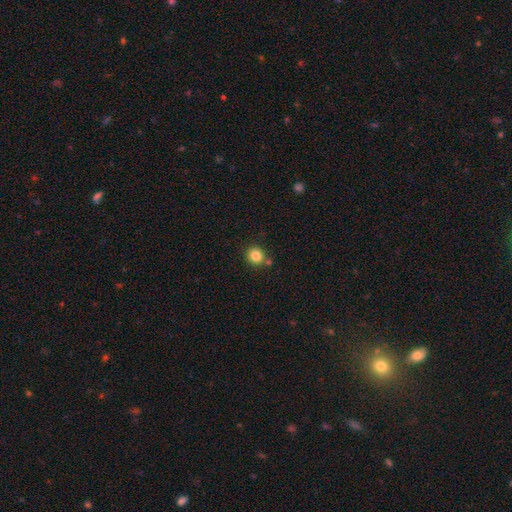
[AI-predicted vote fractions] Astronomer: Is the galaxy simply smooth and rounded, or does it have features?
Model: smooth — 83%.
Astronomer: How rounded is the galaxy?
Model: round — 87%.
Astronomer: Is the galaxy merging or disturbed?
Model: none — 79%.